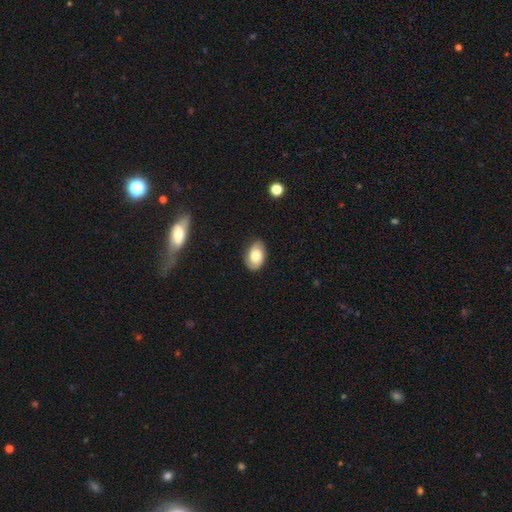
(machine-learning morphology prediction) The model was most divided on "smooth or featured": smooth: 61%, featured or disk: 30%, star or artifact: 8%. More confident: how rounded — in between (88%); merging — none (80%).